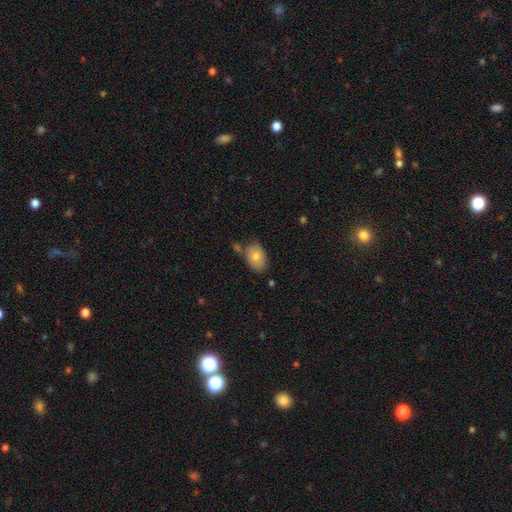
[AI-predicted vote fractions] Q: Smooth or featured?
A: smooth (78%); runner-up: featured or disk (15%)
Q: How rounded?
A: in between (84%); runner-up: round (15%)
Q: Merging?
A: none (64%); runner-up: minor disturbance (20%)